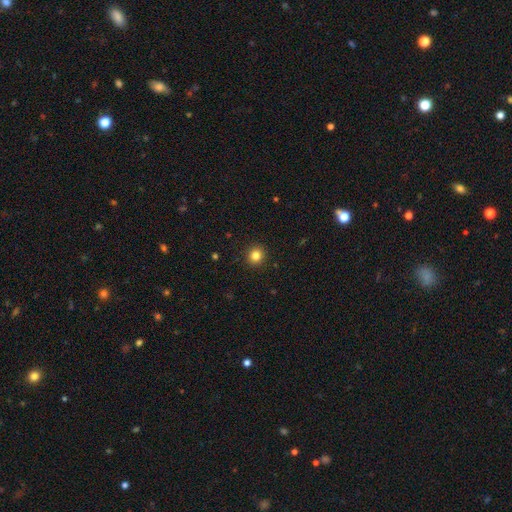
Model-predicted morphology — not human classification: Q: Smooth or featured?
A: smooth (83%); runner-up: star or artifact (12%)
Q: How rounded?
A: round (90%); runner-up: in between (9%)
Q: Merging?
A: none (92%); runner-up: minor disturbance (5%)